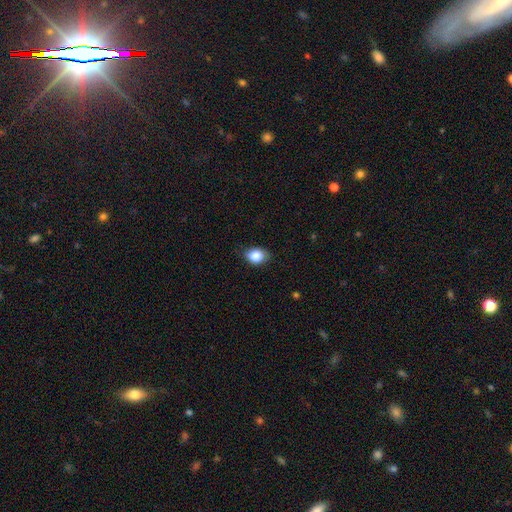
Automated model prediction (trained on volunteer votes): Smooth or featured?
  - smooth: 84% *
  - star or artifact: 9%
  - featured or disk: 7%
How rounded?
  - in between: 64% *
  - round: 35%
  - cigar-shaped: 1%
Merging?
  - none: 80% *
  - minor disturbance: 16%
  - major disturbance: 3%
  - merger: 1%